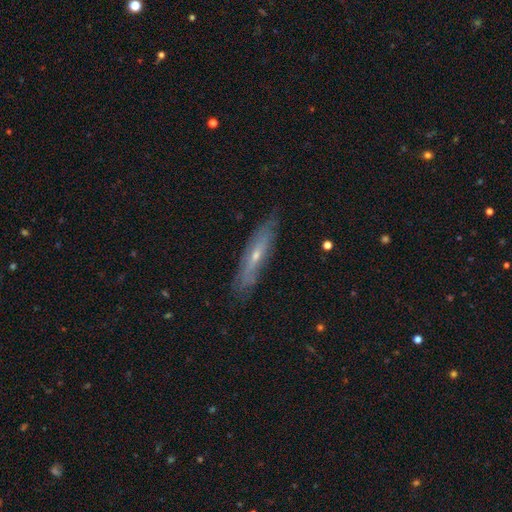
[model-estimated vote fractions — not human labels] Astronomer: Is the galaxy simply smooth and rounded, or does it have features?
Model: featured or disk — 62%.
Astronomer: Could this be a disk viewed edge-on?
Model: yes — 68%.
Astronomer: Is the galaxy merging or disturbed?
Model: none — 83%.